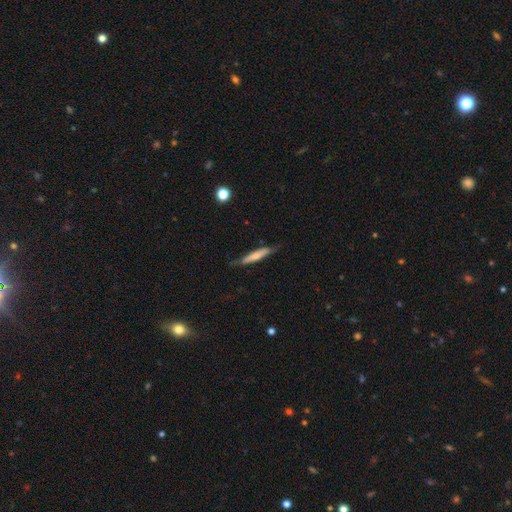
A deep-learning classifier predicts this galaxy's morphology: Smooth or featured: smooth — 58% (featured or disk — 36%)
How rounded: cigar-shaped — 91% (in between — 8%)
Merging: none — 76% (minor disturbance — 19%)